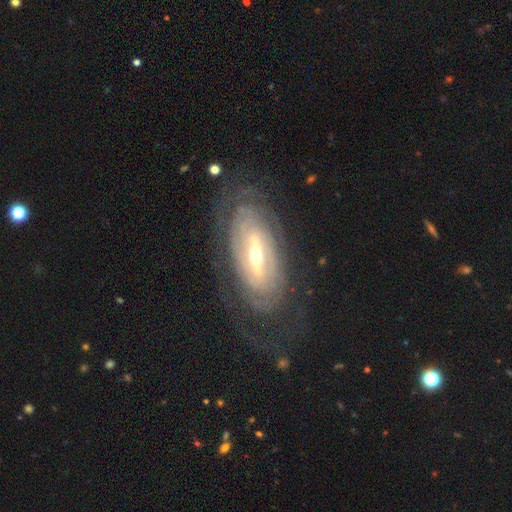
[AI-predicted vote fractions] smooth_or_featured: featured or disk (p=0.85) [alt: smooth p=0.10]
disk_edge_on: no (p=0.86) [alt: yes p=0.14]
bar: strong (p=0.53) [alt: weak p=0.31]
has_spiral_arms: yes (p=0.84) [alt: no p=0.16]
spiral_winding: tight (p=0.73) [alt: medium p=0.20]
spiral_arm_count: can't tell (p=0.51) [alt: 2 p=0.25]
bulge_size: moderate (p=0.58) [alt: small p=0.35]
merging: none (p=0.73) [alt: minor disturbance p=0.15]